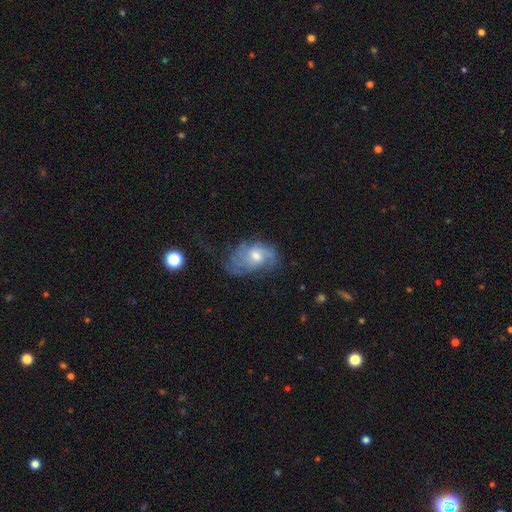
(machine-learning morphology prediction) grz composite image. It shows a featured or disk galaxy (69%) with no bar (65%), medium (41%) spiral arms (85%) and a moderate central bulge (63%). Merging: none (44%).